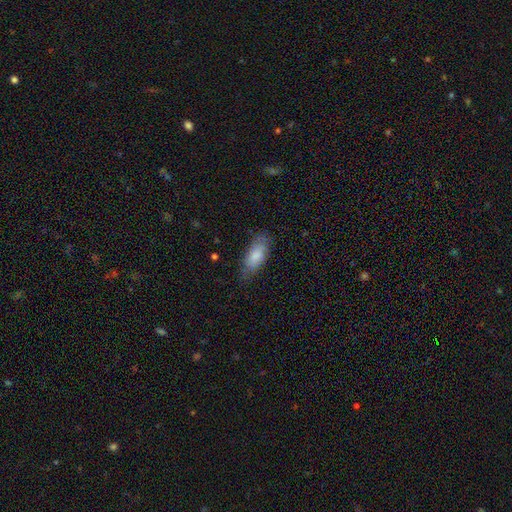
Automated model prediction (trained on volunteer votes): The model was most divided on "merging": none: 69%, minor disturbance: 23%, major disturbance: 6%, merger: 1%. More confident: how rounded — in between (84%); smooth or featured — smooth (79%).